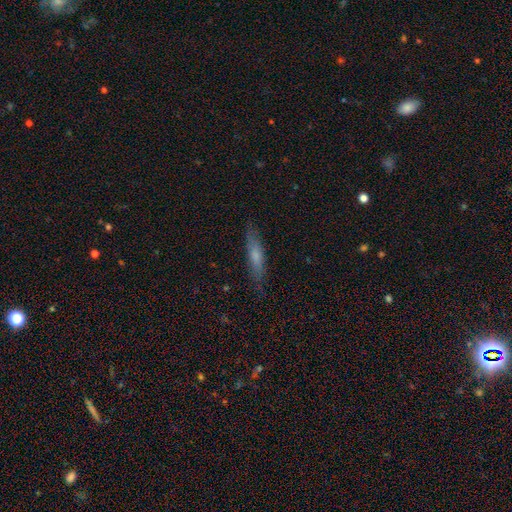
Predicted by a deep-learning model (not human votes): Smooth or featured? smooth (63%)
How rounded? cigar-shaped (80%)
Merging? none (84%)